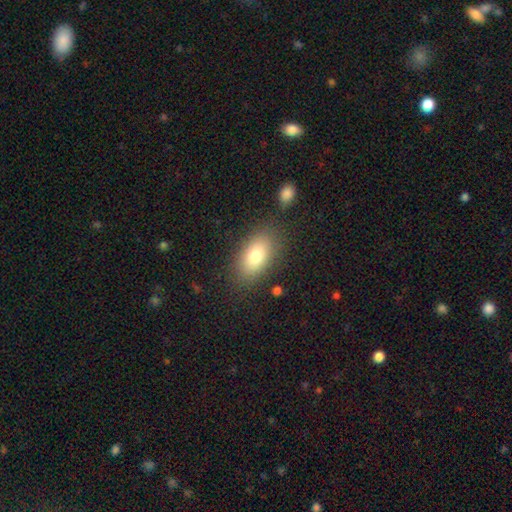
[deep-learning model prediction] A smooth galaxy with no disk features (79%) that is in between round and cigar-shaped (90%).

Vote fractions:
- Smooth or featured? smooth: 79% / featured or disk: 13% / star or artifact: 8%
- How rounded? in between: 90% / round: 6% / cigar-shaped: 3%
- Merging? none: 82% / minor disturbance: 11% / major disturbance: 3% / merger: 3%